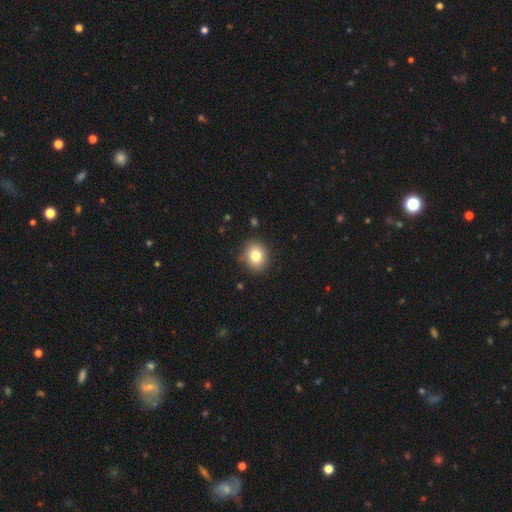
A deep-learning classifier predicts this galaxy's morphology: Smooth or featured: smooth — 81% (star or artifact — 10%)
How rounded: round — 71% (in between — 28%)
Merging: none — 86% (minor disturbance — 10%)